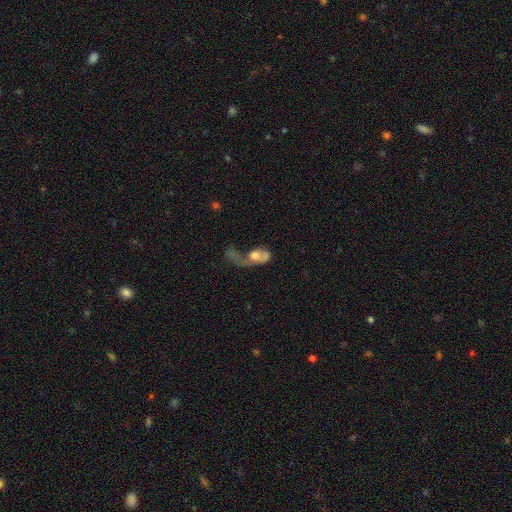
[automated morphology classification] type=smooth (51%); roundness=in between (68%); merging=major disturbance (49%).